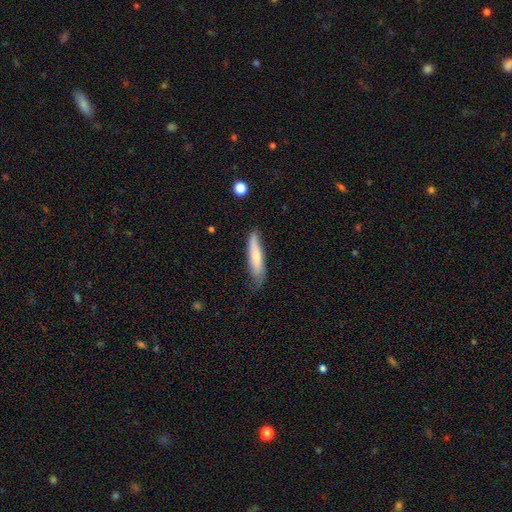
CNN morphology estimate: smooth_or_featured: smooth (p=0.65) [alt: featured or disk p=0.29]
how_rounded: cigar-shaped (p=0.77) [alt: in between p=0.21]
merging: none (p=0.60) [alt: minor disturbance p=0.30]